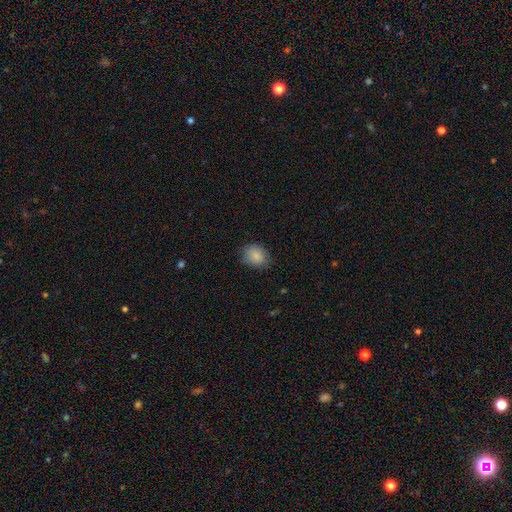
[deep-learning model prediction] Q: Smooth or featured?
A: smooth (86%); runner-up: star or artifact (8%)
Q: How rounded?
A: in between (50%); runner-up: round (49%)
Q: Merging?
A: none (72%); runner-up: minor disturbance (22%)